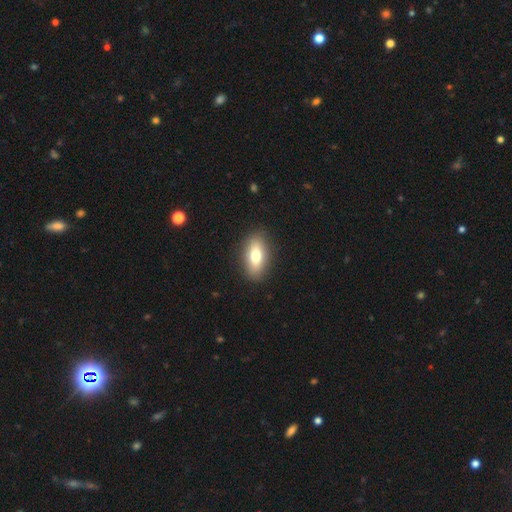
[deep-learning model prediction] Smooth or featured? Predicted: smooth (p=0.73). How rounded? Predicted: in between (p=0.83). Merging? Predicted: none (p=0.88).